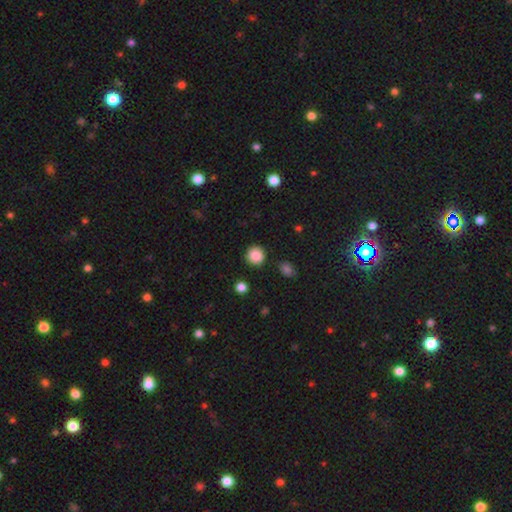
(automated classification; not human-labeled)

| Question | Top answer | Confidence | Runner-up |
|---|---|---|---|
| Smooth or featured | smooth | 87% | star or artifact (10%) |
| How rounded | round | 91% | in between (8%) |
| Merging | none | 88% | minor disturbance (7%) |